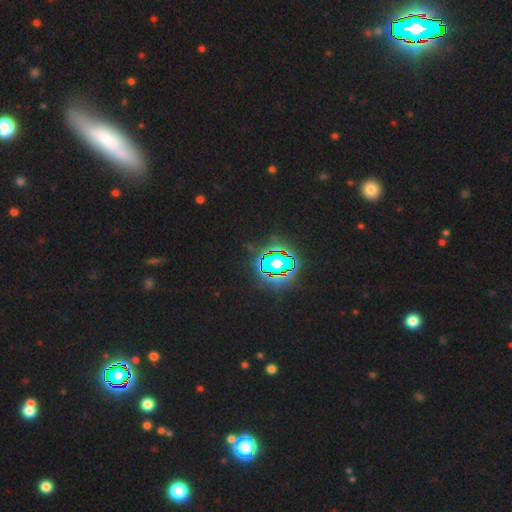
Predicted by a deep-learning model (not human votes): smooth_or_featured: star or artifact (p=0.73) [alt: smooth p=0.16]